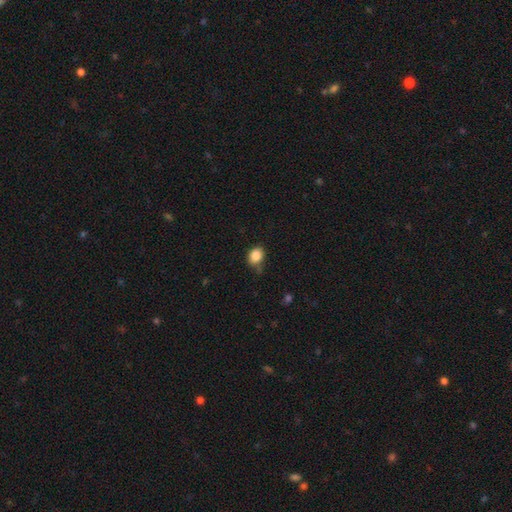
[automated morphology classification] type=smooth (86%); roundness=in between (50%); merging=none (64%).